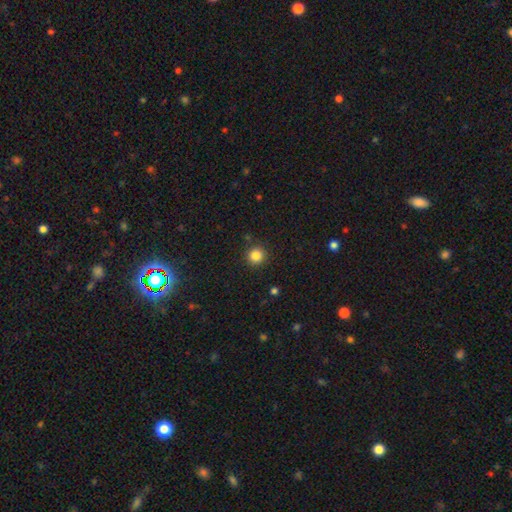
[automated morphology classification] smooth_or_featured: smooth (p=0.84) [alt: star or artifact p=0.12]
how_rounded: round (p=0.94) [alt: in between p=0.05]
merging: none (p=0.90) [alt: minor disturbance p=0.06]